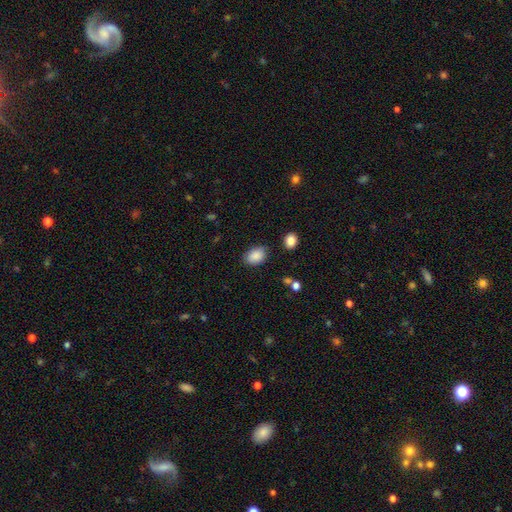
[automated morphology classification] smooth_or_featured: smooth (p=0.88) [alt: star or artifact p=0.08]
how_rounded: in between (p=0.83) [alt: round p=0.16]
merging: none (p=0.79) [alt: minor disturbance p=0.15]